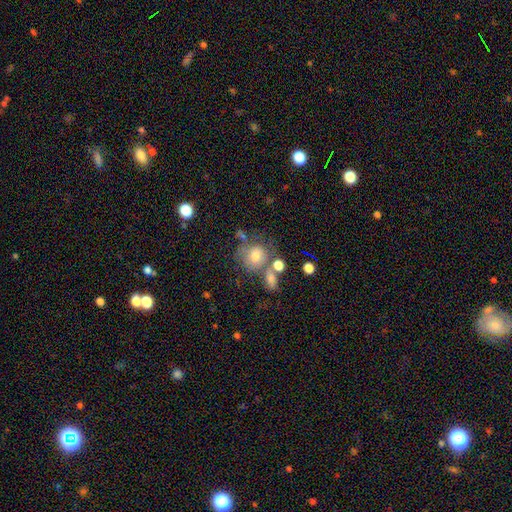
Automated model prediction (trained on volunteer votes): A smooth galaxy with no disk features (66%) that is round (79%).

Vote fractions:
- Smooth or featured? smooth: 66% / featured or disk: 21% / star or artifact: 13%
- How rounded? round: 79% / in between: 20% / cigar-shaped: 1%
- Merging? none: 49% / merger: 23% / minor disturbance: 17% / major disturbance: 11%